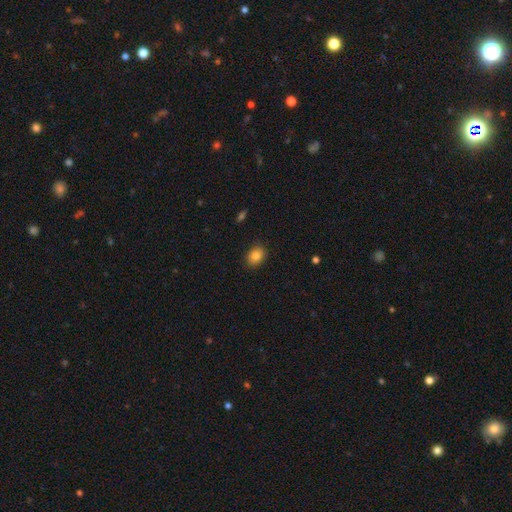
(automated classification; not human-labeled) smooth_or_featured: smooth (p=0.84) [alt: star or artifact p=0.10]
how_rounded: in between (p=0.64) [alt: round p=0.35]
merging: none (p=0.88) [alt: minor disturbance p=0.09]